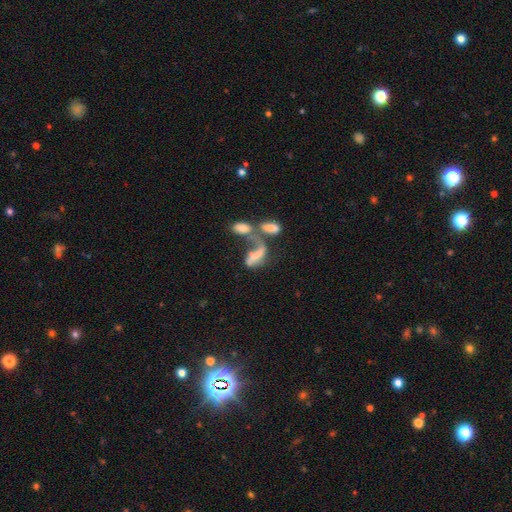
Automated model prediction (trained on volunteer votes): Smooth or featured? smooth (48%)
Merging? merger (65%)